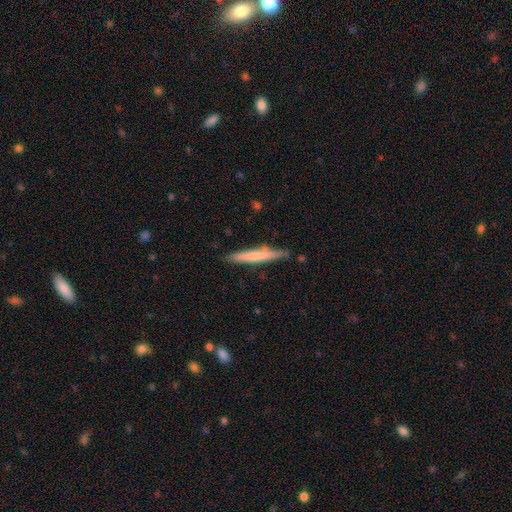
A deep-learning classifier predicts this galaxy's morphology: Q: Smooth or featured?
A: smooth (61%); runner-up: featured or disk (33%)
Q: How rounded?
A: cigar-shaped (95%); runner-up: in between (4%)
Q: Merging?
A: none (82%); runner-up: minor disturbance (13%)